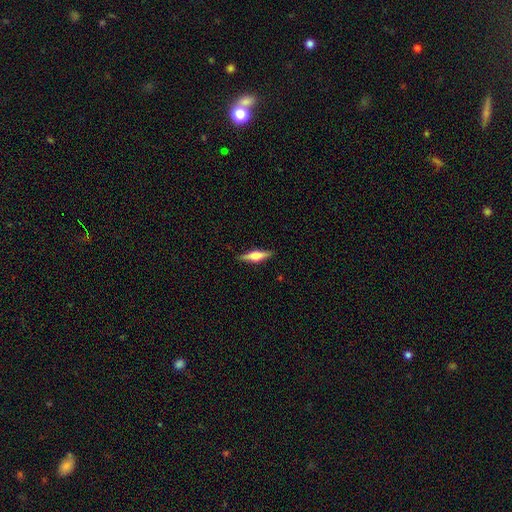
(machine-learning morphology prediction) Smooth or featured?
  - featured or disk: 57% *
  - smooth: 37%
  - star or artifact: 6%
Edge-on disk?
  - yes: 96% *
  - no: 4%
Edge-on bulge?
  - rounded: 89% *
  - boxy: 8%
  - none: 3%
Merging?
  - none: 89% *
  - minor disturbance: 8%
  - major disturbance: 2%
  - merger: 1%